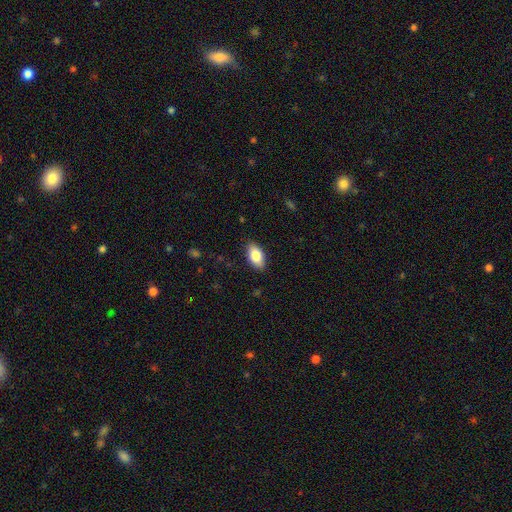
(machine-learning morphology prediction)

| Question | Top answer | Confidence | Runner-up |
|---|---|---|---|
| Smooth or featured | smooth | 84% | featured or disk (10%) |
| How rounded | in between | 93% | round (4%) |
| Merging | none | 86% | minor disturbance (10%) |